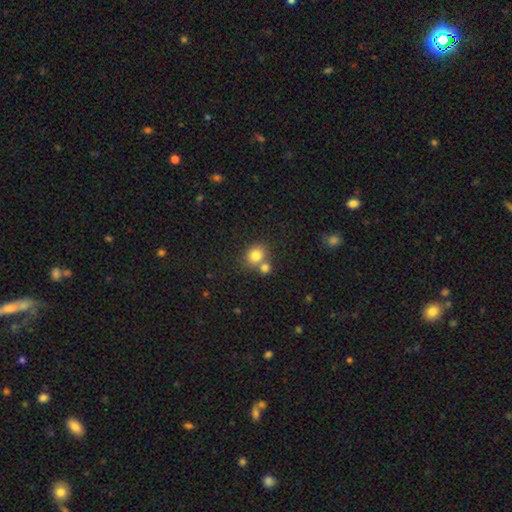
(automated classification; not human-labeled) Overall: smooth (81%). How rounded: round (74%). Merging: none (55%; merger 34%).